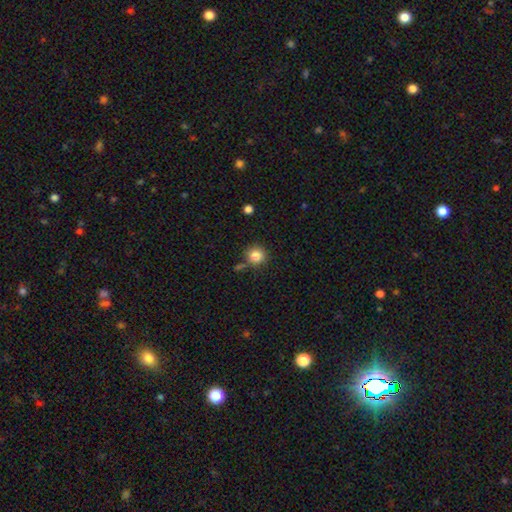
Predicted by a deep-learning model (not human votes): Q: Smooth or featured?
A: smooth (84%); runner-up: star or artifact (11%)
Q: How rounded?
A: round (92%); runner-up: in between (7%)
Q: Merging?
A: none (78%); runner-up: minor disturbance (11%)